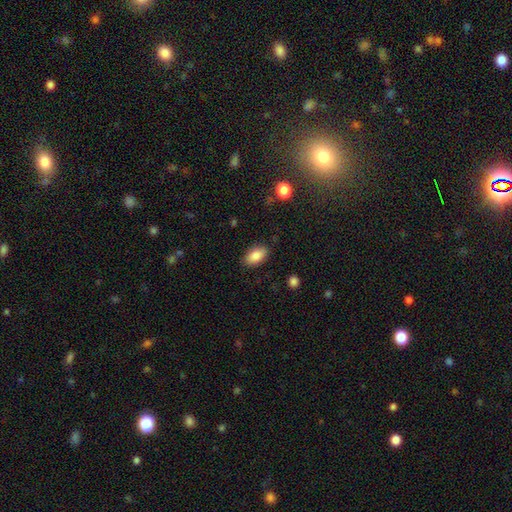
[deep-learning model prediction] smooth_or_featured: smooth (p=0.86) [alt: featured or disk p=0.07]
how_rounded: in between (p=0.93) [alt: round p=0.04]
merging: none (p=0.86) [alt: minor disturbance p=0.10]